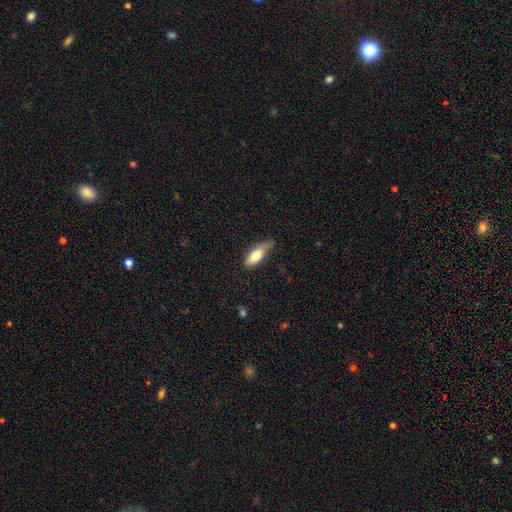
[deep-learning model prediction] This appears to be a smooth galaxy with no disk features (75%) that is in between round and cigar-shaped (72%). Merging: none (46%).